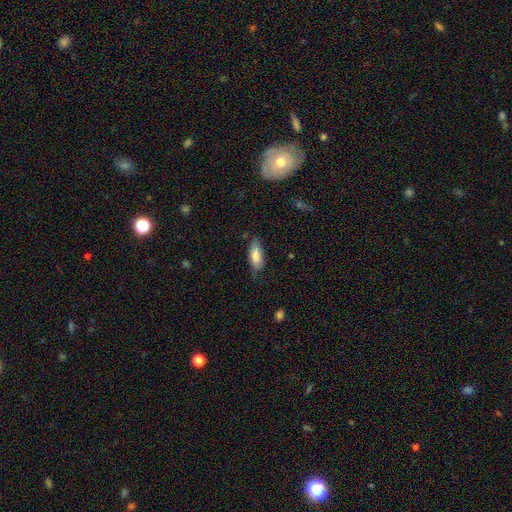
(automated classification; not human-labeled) smooth 81%, featured or disk 13%, star or artifact 6%. Down the decision tree: how rounded — in between (77%); merging — none (74%).